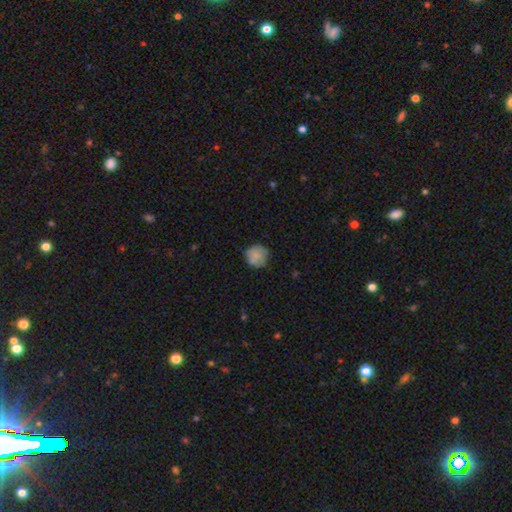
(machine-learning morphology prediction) smooth-or-featured: smooth: 83% | featured or disk: 9% | star or artifact: 8%
  how-rounded: round: 92% | in between: 7% | cigar-shaped: 1%
  merging: none: 75% | minor disturbance: 20% | major disturbance: 4% | merger: 1%